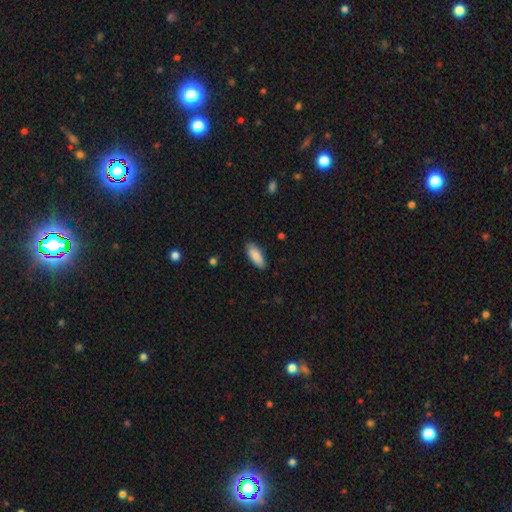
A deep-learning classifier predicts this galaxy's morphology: Overall: smooth (88%). How rounded: in between (79%). Merging: none (87%).